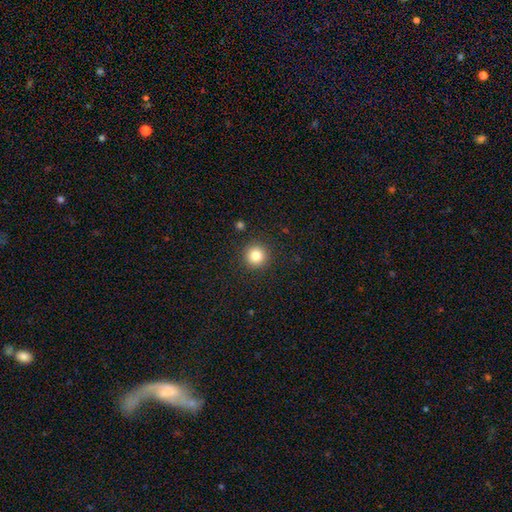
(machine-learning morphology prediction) Overall: smooth (83%). How rounded: round (95%). Merging: none (91%).